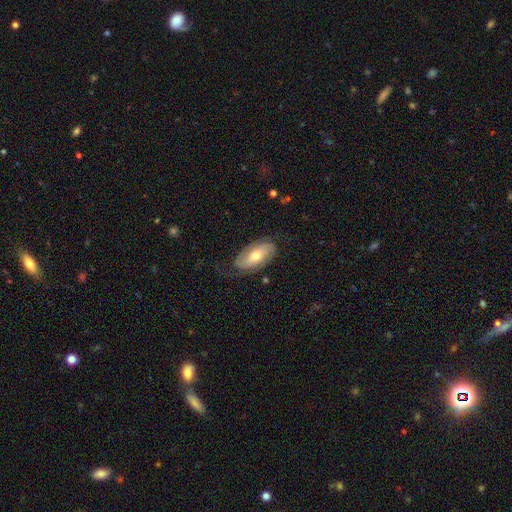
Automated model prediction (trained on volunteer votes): A featured or disk galaxy (52%). Merging: none (65%).